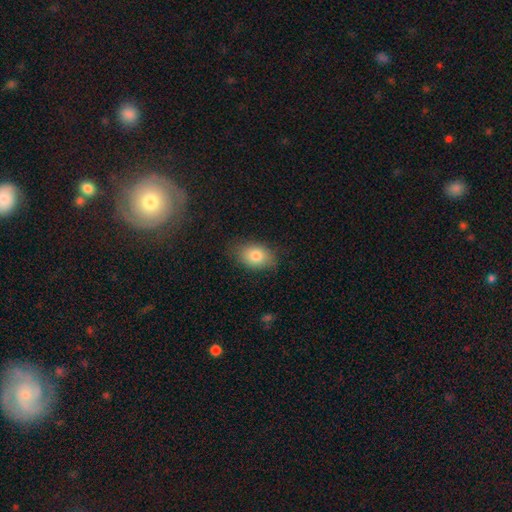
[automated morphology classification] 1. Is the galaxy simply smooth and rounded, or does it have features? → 82% smooth, 10% featured or disk, 8% star or artifact.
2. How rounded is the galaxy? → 82% in between, 17% round, 1% cigar-shaped.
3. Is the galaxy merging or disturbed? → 80% none, 16% minor disturbance, 4% major disturbance, 1% merger.